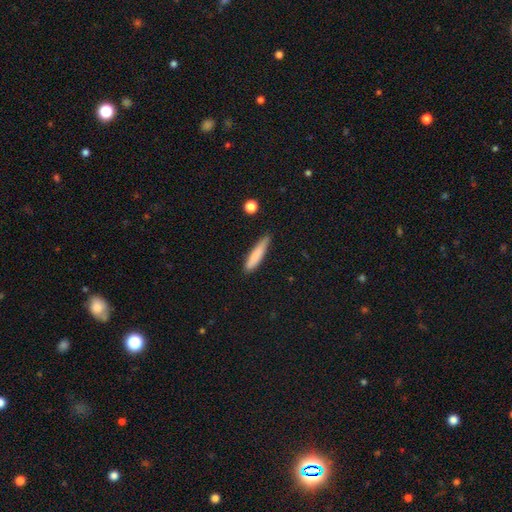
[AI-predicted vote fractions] Smooth or featured: smooth — 81% (featured or disk — 13%)
How rounded: cigar-shaped — 84% (in between — 15%)
Merging: none — 72% (minor disturbance — 22%)